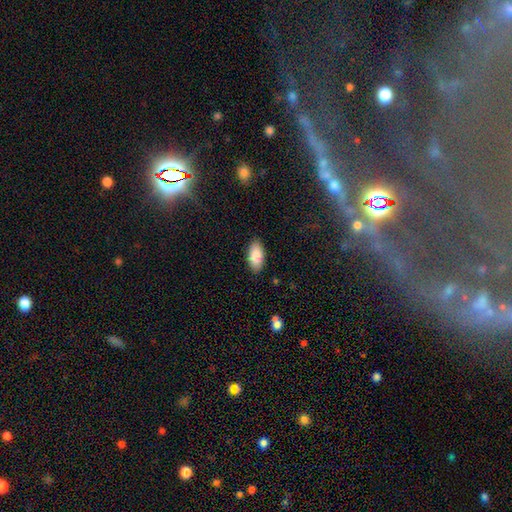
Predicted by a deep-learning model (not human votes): This is clearly a smooth galaxy (87%). How rounded: clearly in between (93%). Merging: clearly none (87%).